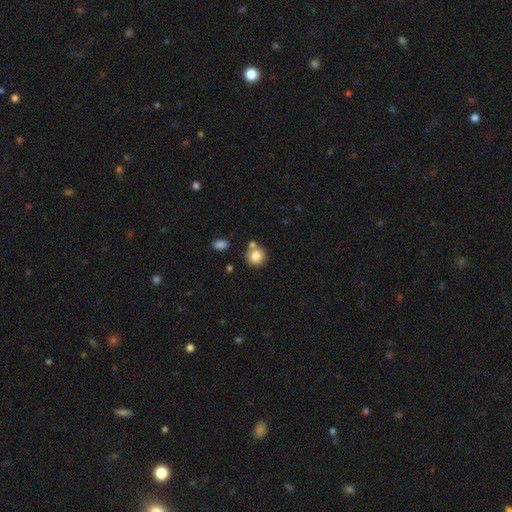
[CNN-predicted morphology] The model was most divided on "merging": none: 68%, merger: 19%, minor disturbance: 10%, major disturbance: 3%. More confident: how rounded — round (90%); smooth or featured — smooth (82%).